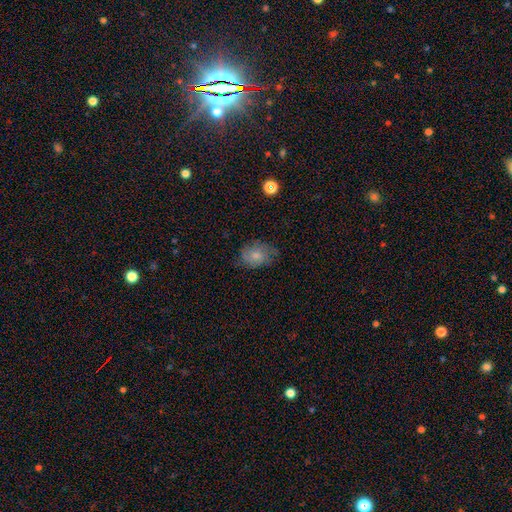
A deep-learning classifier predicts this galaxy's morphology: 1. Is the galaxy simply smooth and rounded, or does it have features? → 66% smooth, 25% featured or disk, 9% star or artifact.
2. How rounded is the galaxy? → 71% in between, 28% round, 1% cigar-shaped.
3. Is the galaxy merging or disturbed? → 66% none, 25% minor disturbance, 8% major disturbance, 1% merger.